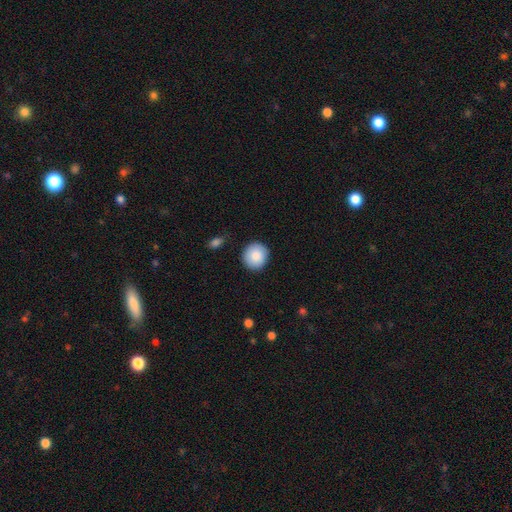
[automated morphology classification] A smooth galaxy with no disk features (87%) that is round (89%). Merging: none (88%).